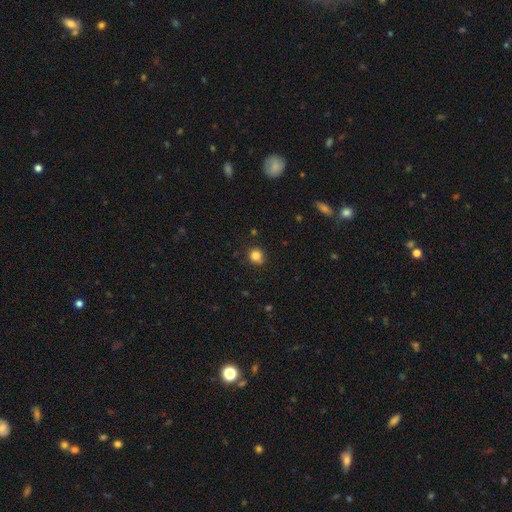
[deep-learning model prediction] Smooth or featured: smooth — 83% (star or artifact — 12%)
How rounded: round — 83% (in between — 16%)
Merging: none — 85% (minor disturbance — 11%)